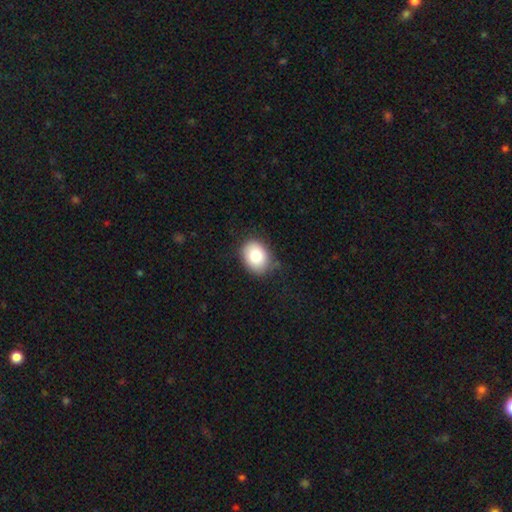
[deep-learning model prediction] Smooth or featured? smooth (81%)
How rounded? in between (62%)
Merging? none (76%)